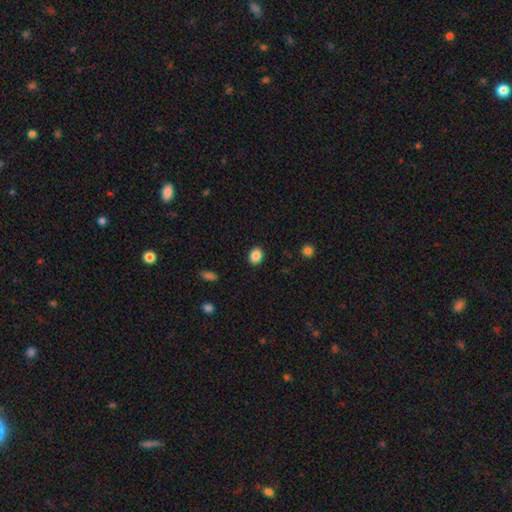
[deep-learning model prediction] Smooth or featured? smooth (87%)
How rounded? in between (59%)
Merging? none (90%)